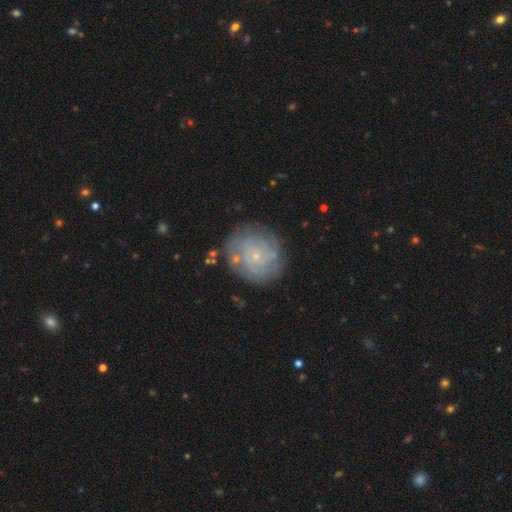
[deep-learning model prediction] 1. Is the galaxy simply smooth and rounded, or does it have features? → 65% featured or disk, 27% smooth, 8% star or artifact.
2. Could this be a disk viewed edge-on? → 97% no, 3% yes.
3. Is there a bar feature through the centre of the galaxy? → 85% no, 13% weak, 2% strong.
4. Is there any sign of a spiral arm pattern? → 78% yes, 22% no.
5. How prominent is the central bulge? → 88% small, 7% moderate, 3% none, 1% large, 1% dominant.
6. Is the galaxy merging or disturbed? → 76% none, 15% minor disturbance, 6% major disturbance, 3% merger.